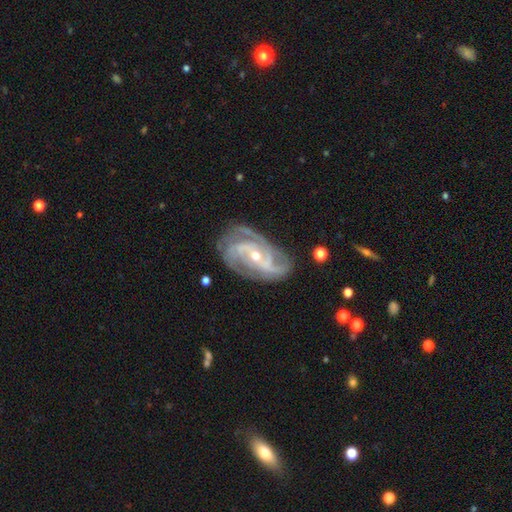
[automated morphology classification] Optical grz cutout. It shows a featured or disk galaxy (91%) with no bar (40%), 3 (40%) tight (47%) spiral arms (98%) and a small central bulge (54%). Merging: none (73%).